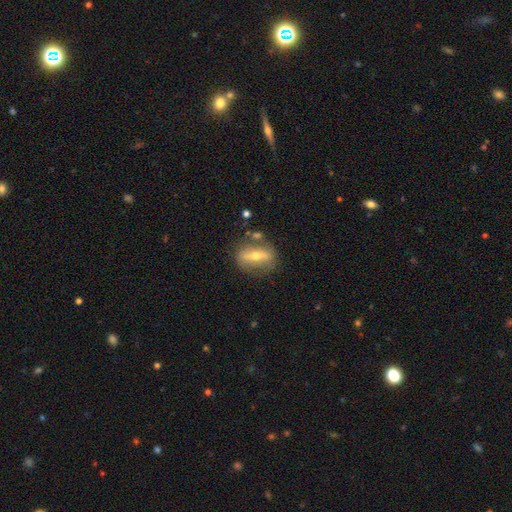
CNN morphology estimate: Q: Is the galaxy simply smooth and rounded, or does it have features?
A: featured or disk — 62%.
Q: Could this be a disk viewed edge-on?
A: no — 55%.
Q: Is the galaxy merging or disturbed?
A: none — 73%.